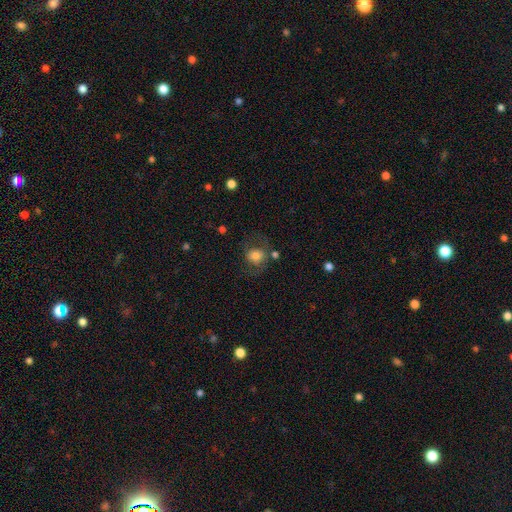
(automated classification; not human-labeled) Smooth or featured? Predicted: smooth (p=0.69). How rounded? Predicted: round (p=0.71). Merging? Predicted: none (p=0.60).